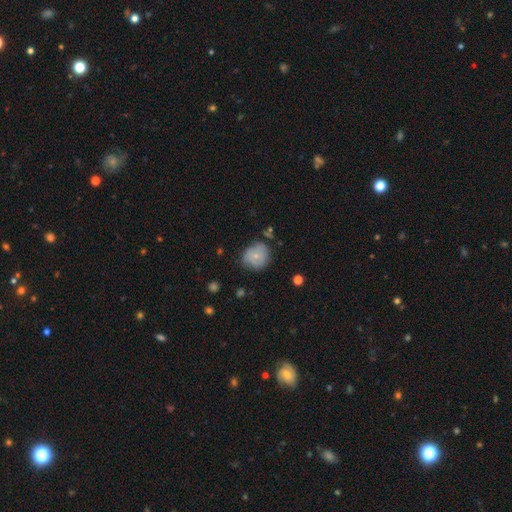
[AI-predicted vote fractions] smooth-or-featured: smooth: 57% | featured or disk: 35% | star or artifact: 8%
  how-rounded: round: 75% | in between: 24% | cigar-shaped: 1%
  merging: none: 61% | minor disturbance: 29% | major disturbance: 8% | merger: 2%